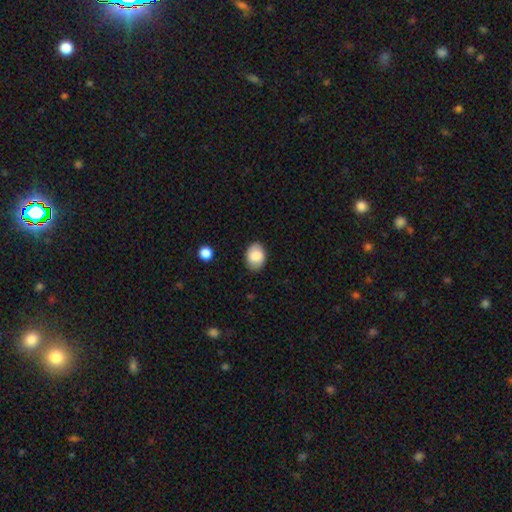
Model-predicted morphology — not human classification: smooth-or-featured: smooth: 83% | featured or disk: 10% | star or artifact: 7%
  how-rounded: in between: 75% | round: 24% | cigar-shaped: 1%
  merging: none: 85% | minor disturbance: 11% | major disturbance: 2% | merger: 1%